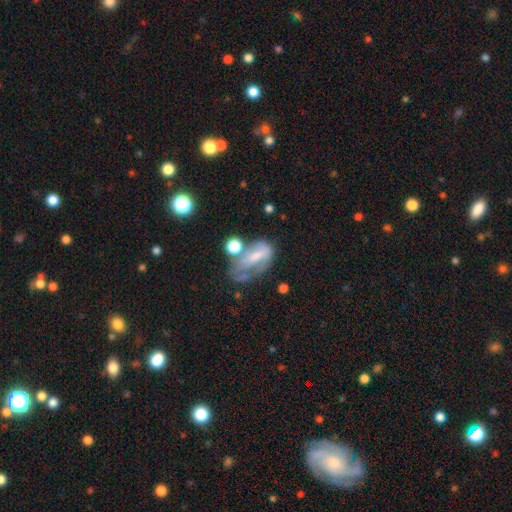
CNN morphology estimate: Overall: featured or disk (48%; smooth 40%). Merging: major disturbance (33%; none 25%).